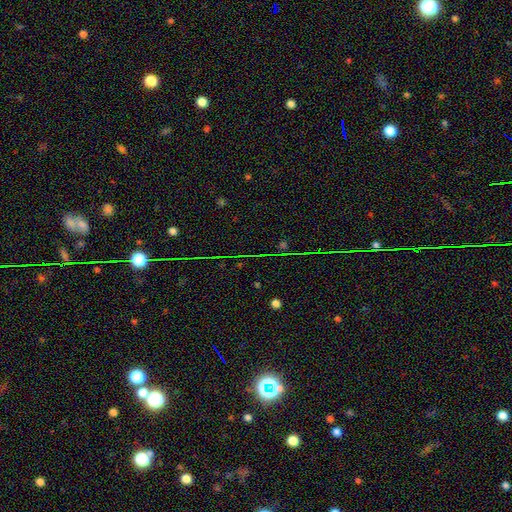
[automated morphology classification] This appears to be a star or artifact, not a galaxy (77%).